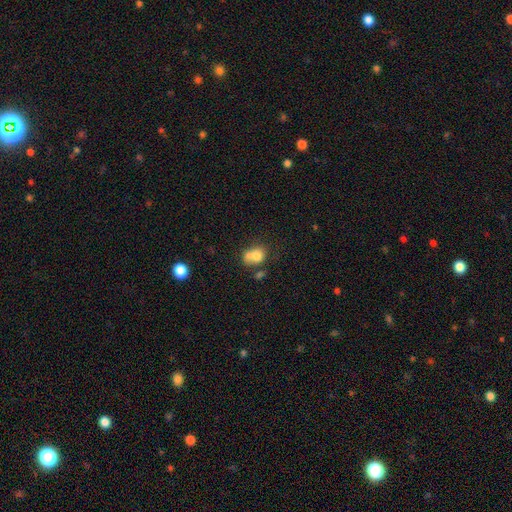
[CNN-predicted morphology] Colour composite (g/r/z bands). It shows a smooth galaxy with no disk features (72%) that is round (50%). Merging: merger (53%).